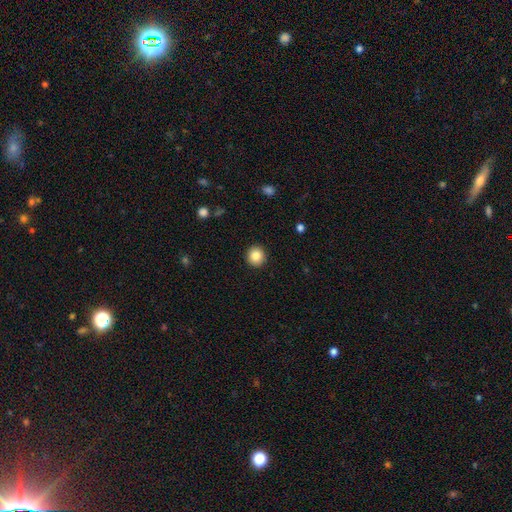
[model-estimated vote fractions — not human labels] A smooth galaxy with no disk features (84%) that is round (93%). Merging: none (93%).